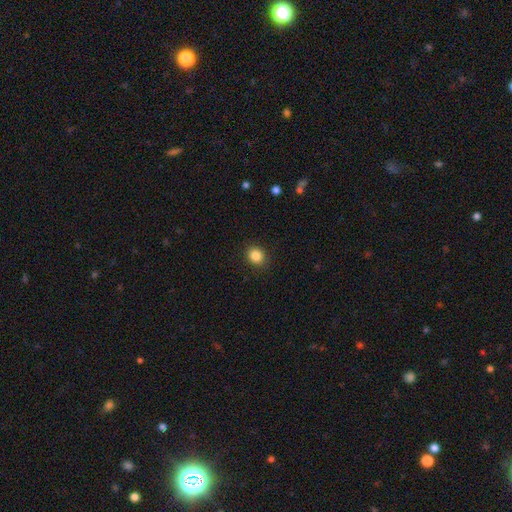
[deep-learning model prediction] Smooth or featured? smooth (86%)
How rounded? round (75%)
Merging? none (89%)